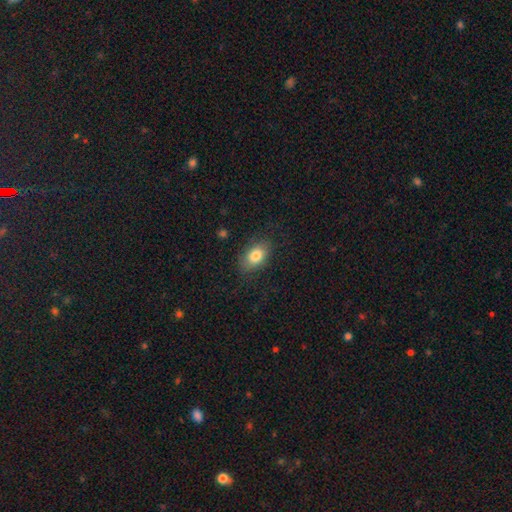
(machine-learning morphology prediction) smooth-or-featured: smooth: 81% | featured or disk: 11% | star or artifact: 8%
  how-rounded: in between: 86% | round: 12% | cigar-shaped: 2%
  merging: none: 81% | minor disturbance: 14% | major disturbance: 4% | merger: 1%